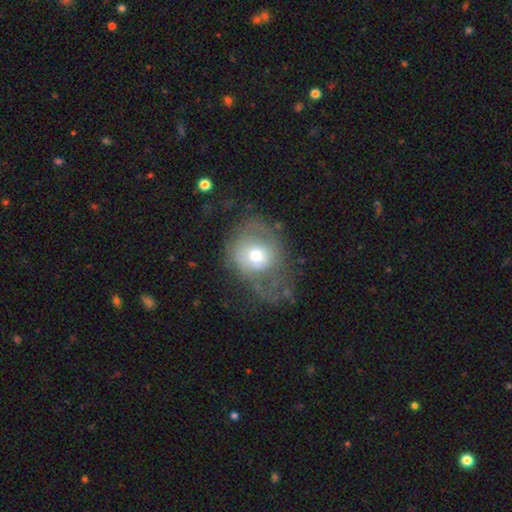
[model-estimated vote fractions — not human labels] smooth_or_featured: smooth (p=0.49) [alt: featured or disk p=0.42]
merging: major disturbance (p=0.39) [alt: none p=0.35]